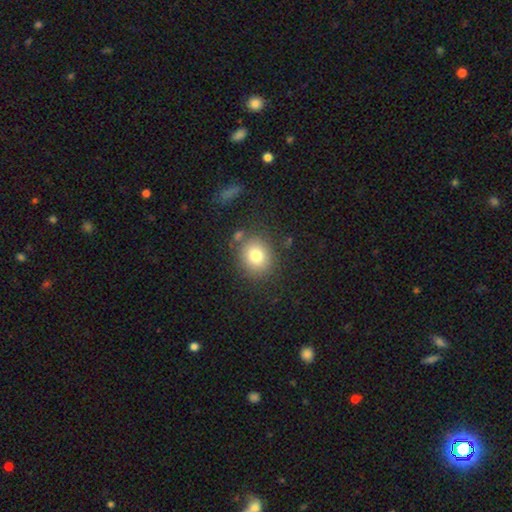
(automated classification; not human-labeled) smooth 79%, star or artifact 11%, featured or disk 10%. Down the decision tree: how rounded — round (75%); merging — none (80%).